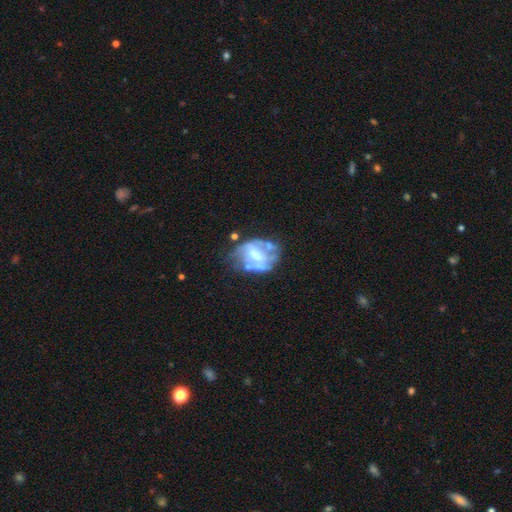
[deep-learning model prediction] This appears to be a featured or disk galaxy (70%) with no bar (51%), no spiral arms (64%) and a moderate central bulge (50%). Merging: none (41%).